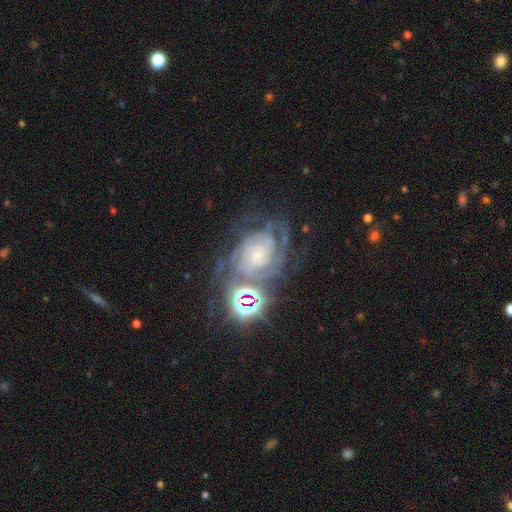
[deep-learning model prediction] featured or disk 78%, star or artifact 14%, smooth 8%. Down the decision tree: edge-on disk — no (97%); bar — no (71%); spiral arms — yes (95%); spiral arm count — can't tell (32%); spiral winding — tight (65%); bulge size — small (65%); merging — none (54%).